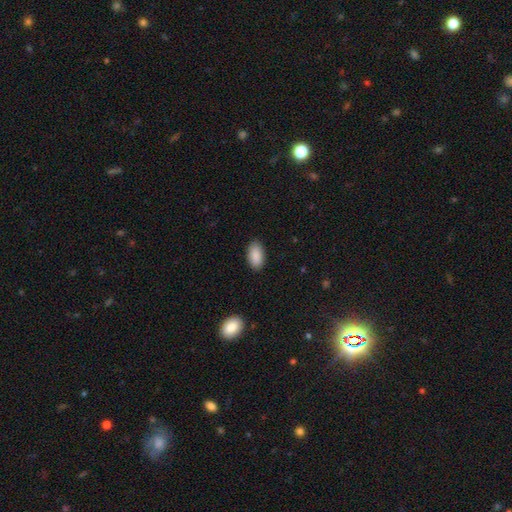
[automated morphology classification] This appears to be a smooth galaxy with no disk features (90%) that is in between round and cigar-shaped (95%). Merging: none (87%).